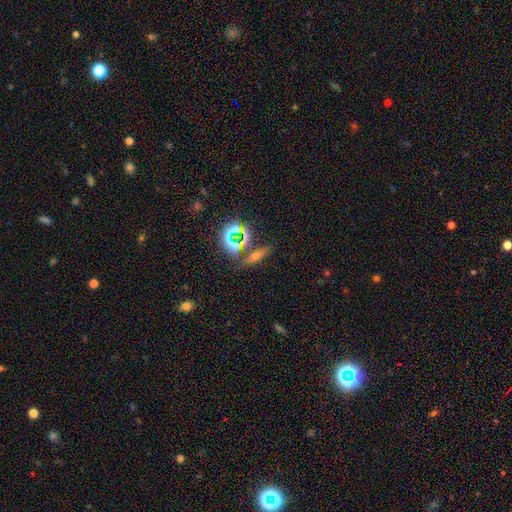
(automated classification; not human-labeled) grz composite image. It shows a star or artifact, not a galaxy (39%).